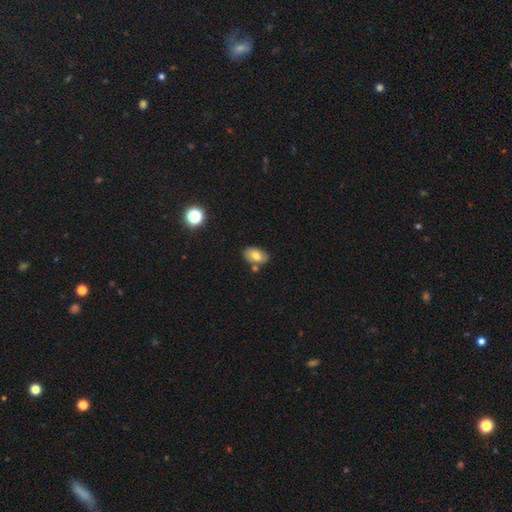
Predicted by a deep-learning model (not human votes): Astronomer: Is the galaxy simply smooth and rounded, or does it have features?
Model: smooth — 75%.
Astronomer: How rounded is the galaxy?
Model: in between — 88%.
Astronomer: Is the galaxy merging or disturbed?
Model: none — 65%.